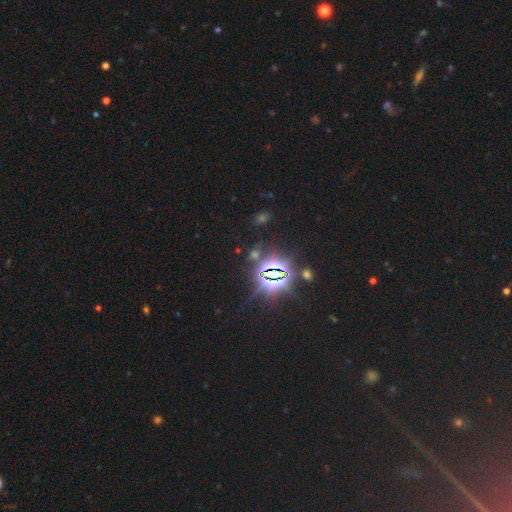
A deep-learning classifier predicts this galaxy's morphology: Smooth or featured: star or artifact — 84% (smooth — 9%)